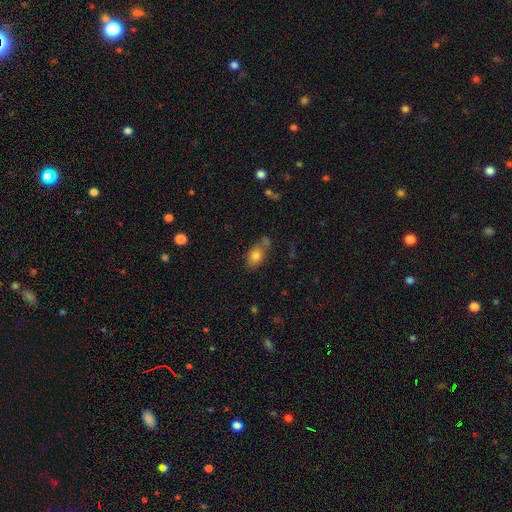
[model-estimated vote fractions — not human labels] Q: Smooth or featured?
A: smooth (81%); runner-up: star or artifact (10%)
Q: How rounded?
A: in between (77%); runner-up: round (21%)
Q: Merging?
A: none (49%); runner-up: merger (25%)